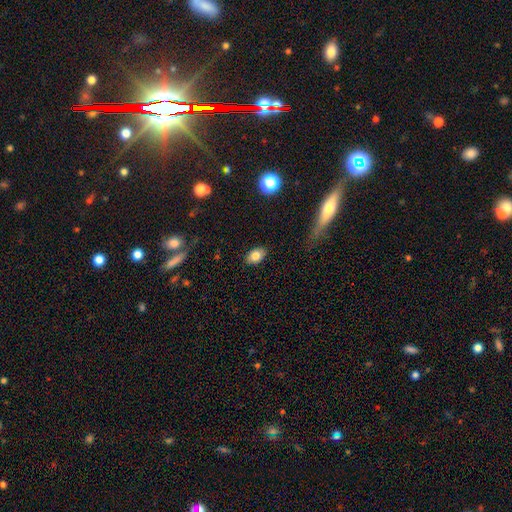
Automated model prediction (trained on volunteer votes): Q: Smooth or featured?
A: smooth (81%); runner-up: featured or disk (10%)
Q: How rounded?
A: in between (85%); runner-up: round (13%)
Q: Merging?
A: none (86%); runner-up: minor disturbance (10%)